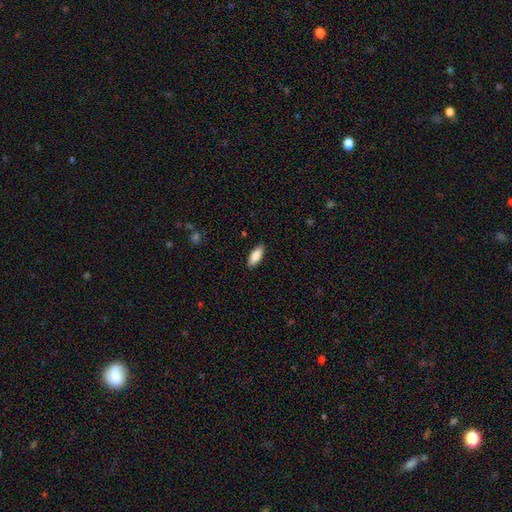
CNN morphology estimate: smooth 86%, featured or disk 8%, star or artifact 6%. Down the decision tree: how rounded — in between (79%); merging — none (88%).